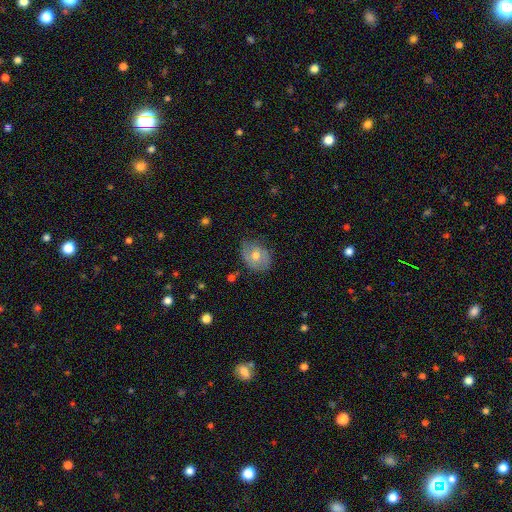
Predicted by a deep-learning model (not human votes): smooth-or-featured: smooth: 54% | featured or disk: 38% | star or artifact: 8%
  how-rounded: in between: 54% | round: 45% | cigar-shaped: 1%
  merging: none: 67% | minor disturbance: 26% | major disturbance: 6% | merger: 1%